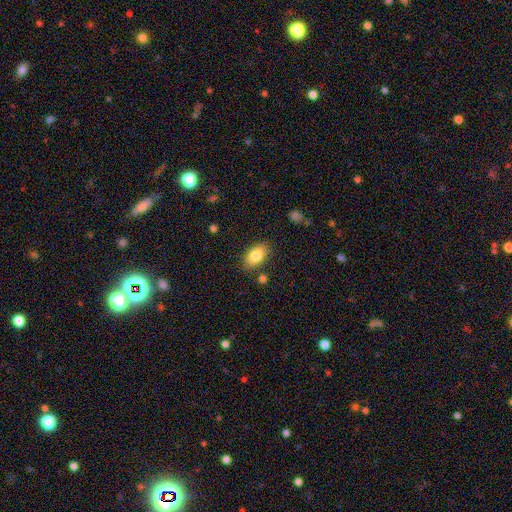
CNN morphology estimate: type=smooth (82%); roundness=in between (90%); merging=none (81%).